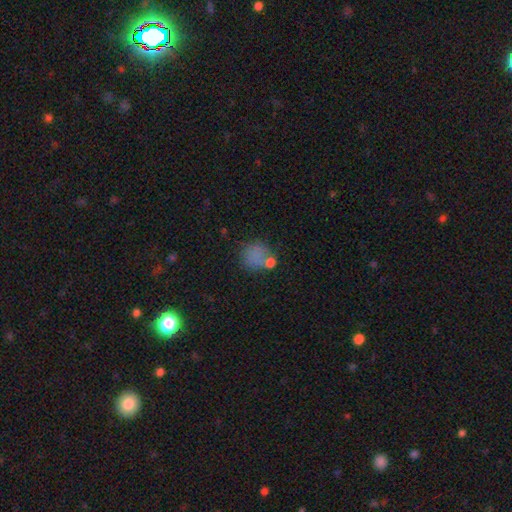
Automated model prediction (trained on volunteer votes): smooth_or_featured: smooth (p=0.74) [alt: star or artifact p=0.15]
how_rounded: round (p=0.81) [alt: in between p=0.18]
merging: none (p=0.55) [alt: minor disturbance p=0.17]